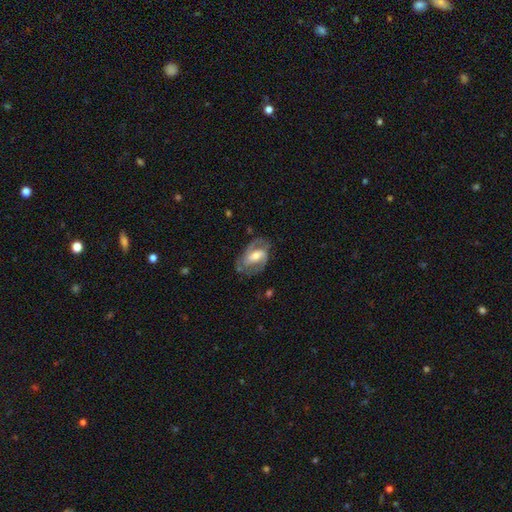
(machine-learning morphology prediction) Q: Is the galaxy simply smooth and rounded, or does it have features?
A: featured or disk — 78%.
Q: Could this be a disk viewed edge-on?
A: no — 96%.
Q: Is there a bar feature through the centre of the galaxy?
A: weak — 43%.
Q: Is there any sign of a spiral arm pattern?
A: yes — 89%.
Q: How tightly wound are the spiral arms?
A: medium — 50%.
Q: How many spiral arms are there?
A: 2 — 82%.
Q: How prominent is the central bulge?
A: moderate — 60%.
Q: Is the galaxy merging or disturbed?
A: none — 68%.